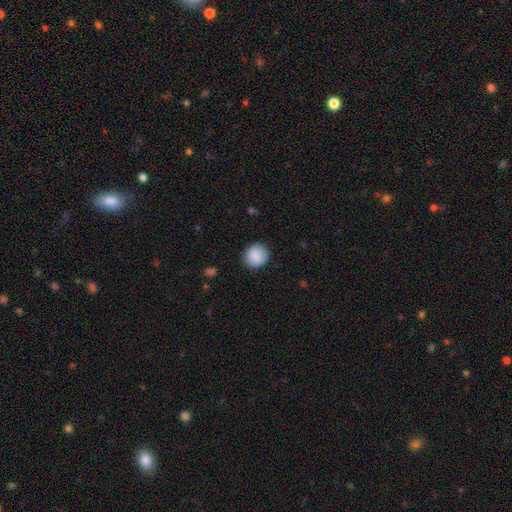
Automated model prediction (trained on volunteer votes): Smooth or featured: smooth — 88% (star or artifact — 7%)
How rounded: round — 89% (in between — 10%)
Merging: none — 89% (minor disturbance — 8%)